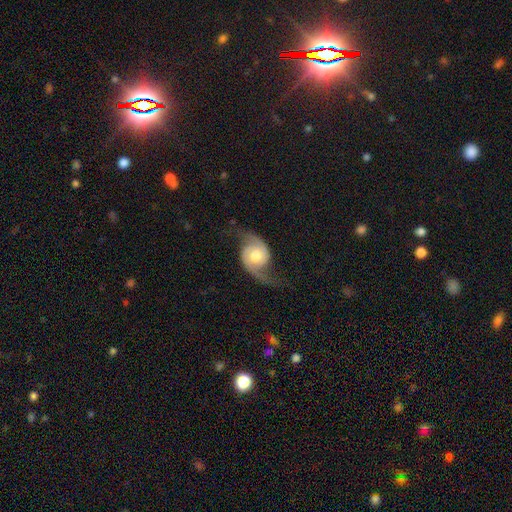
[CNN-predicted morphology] type=featured or disk (88%); edge-on=no (97%); bar=no (68%); spiral arms=yes (97%); winding=loose (57%); arm count=2 (93%); bulge=moderate (67%); merging=none (69%).